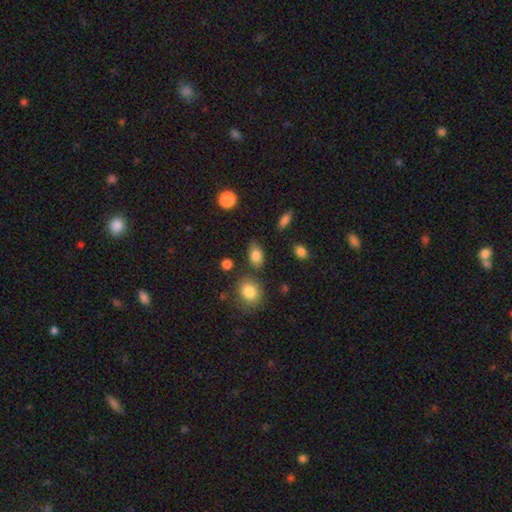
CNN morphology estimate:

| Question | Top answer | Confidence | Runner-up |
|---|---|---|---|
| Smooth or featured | smooth | 82% | star or artifact (9%) |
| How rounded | in between | 84% | round (13%) |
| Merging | none | 76% | minor disturbance (14%) |